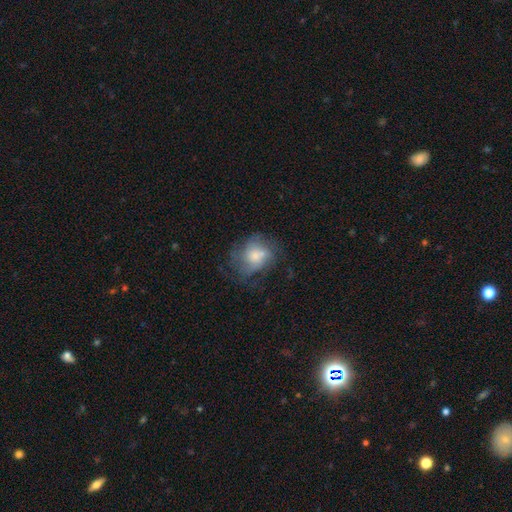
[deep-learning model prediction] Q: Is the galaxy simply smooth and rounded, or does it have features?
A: featured or disk — 46%.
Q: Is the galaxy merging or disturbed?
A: none — 48%.